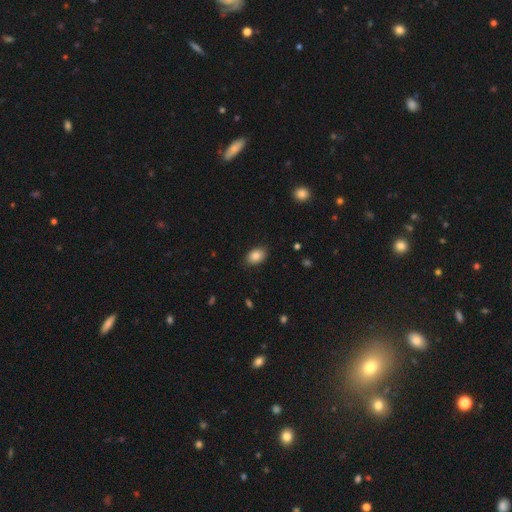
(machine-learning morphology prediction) Smooth or featured?
  - smooth: 85% *
  - star or artifact: 8%
  - featured or disk: 7%
How rounded?
  - in between: 82% *
  - round: 17%
  - cigar-shaped: 1%
Merging?
  - none: 87% *
  - minor disturbance: 10%
  - major disturbance: 2%
  - merger: 1%